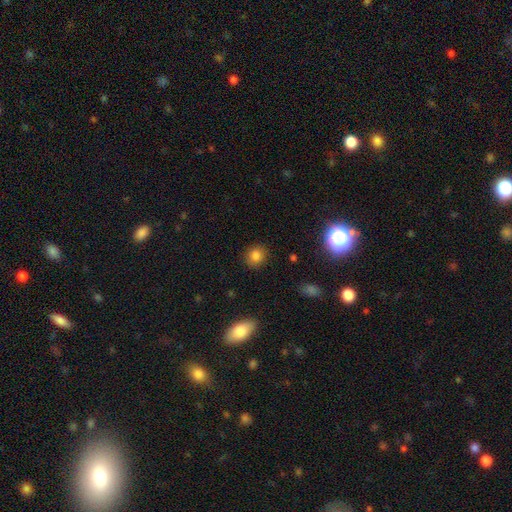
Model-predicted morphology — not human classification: Smooth or featured? smooth (82%)
How rounded? round (83%)
Merging? none (89%)